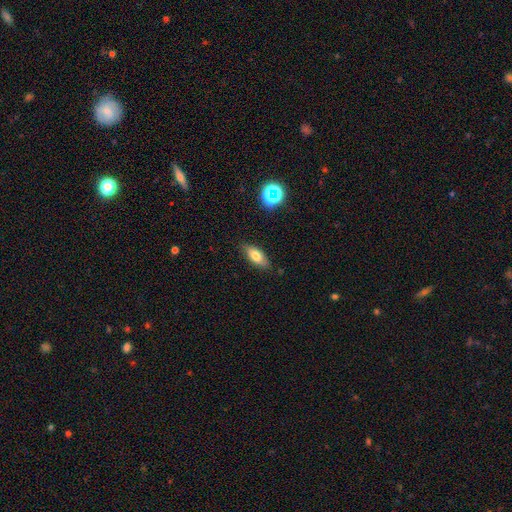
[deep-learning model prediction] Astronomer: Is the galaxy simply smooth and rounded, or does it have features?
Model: smooth — 74%.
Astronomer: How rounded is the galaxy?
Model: in between — 83%.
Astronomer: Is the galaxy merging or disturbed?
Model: none — 83%.